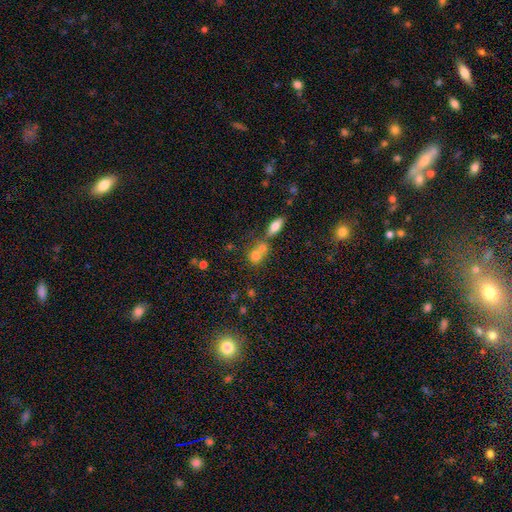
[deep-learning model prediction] Smooth or featured?
  - smooth: 73% *
  - featured or disk: 13%
  - star or artifact: 13%
How rounded?
  - round: 65% *
  - in between: 32%
  - cigar-shaped: 3%
Merging?
  - merger: 53% *
  - none: 35%
  - minor disturbance: 8%
  - major disturbance: 4%